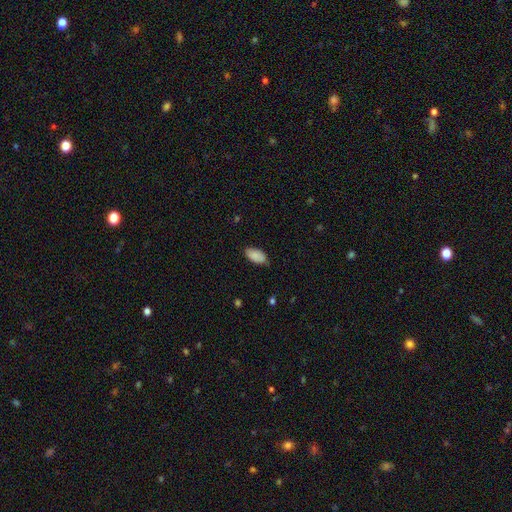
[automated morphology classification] The model was most divided on "merging": none: 77%, minor disturbance: 19%, major disturbance: 3%, merger: 1%. More confident: how rounded — in between (95%); smooth or featured — smooth (88%).